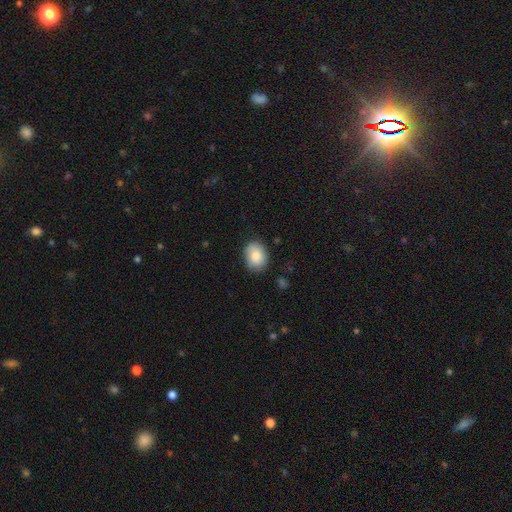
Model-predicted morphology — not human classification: smooth 85%, featured or disk 8%, star or artifact 7%. Down the decision tree: how rounded — in between (62%); merging — none (79%).